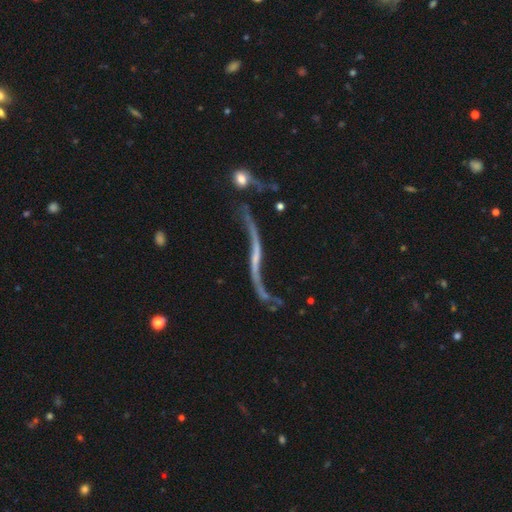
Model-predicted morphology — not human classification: A featured or disk galaxy (84%) with no bar (42%), spiral arms (85%) and a small central bulge (48%).

Vote fractions:
- Smooth or featured? featured or disk: 84% / star or artifact: 9% / smooth: 7%
- Edge-on disk? no: 68% / yes: 32%
- Bar? no: 42% / weak: 30% / strong: 29%
- Spiral arms? yes: 85% / no: 15%
- Bulge size? small: 48% / none: 37% / moderate: 11% / large: 2% / dominant: 2%
- Merging? none: 41% / major disturbance: 23% / merger: 19% / minor disturbance: 17%